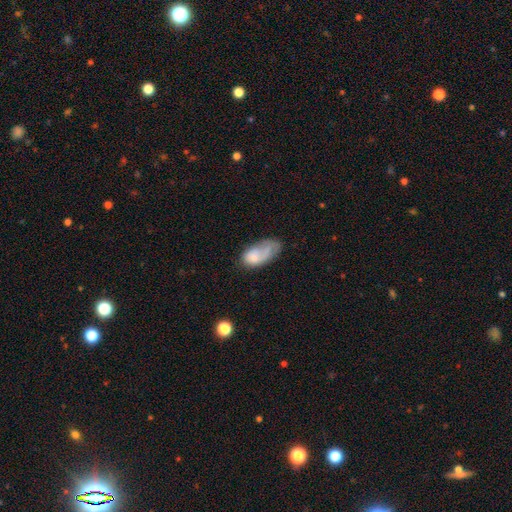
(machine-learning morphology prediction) A smooth galaxy with no disk features (67%) that is in between round and cigar-shaped (93%). Merging: none (37%).